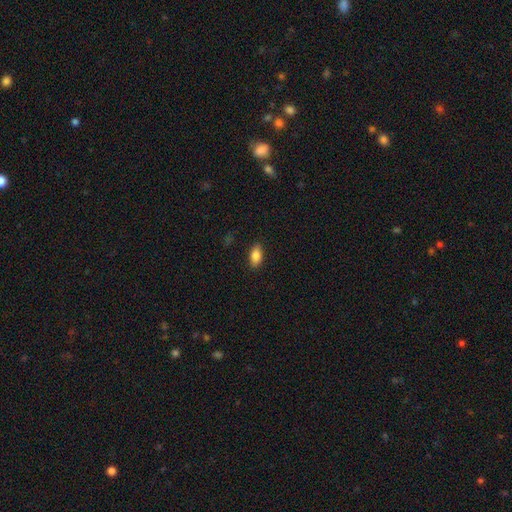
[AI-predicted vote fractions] Smooth or featured: smooth — 84% (featured or disk — 9%)
How rounded: in between — 89% (cigar-shaped — 7%)
Merging: none — 88% (minor disturbance — 9%)